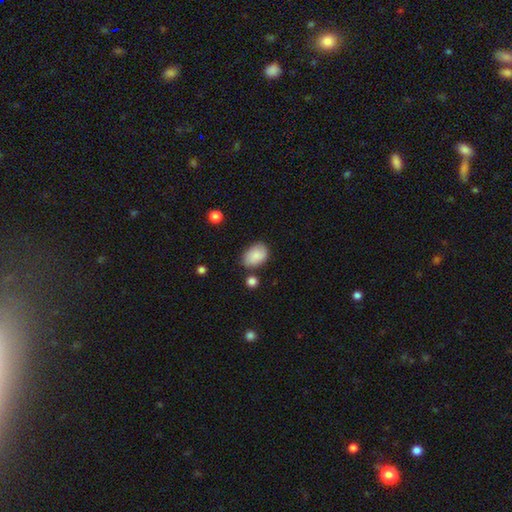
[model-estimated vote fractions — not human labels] Morphology: type=smooth (85%); roundness=in between (83%); merging=none (68%).